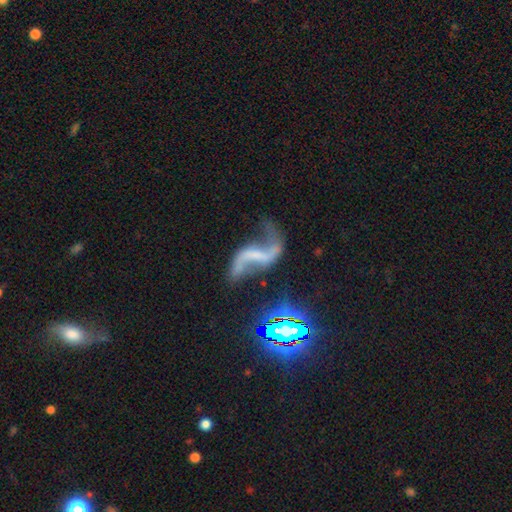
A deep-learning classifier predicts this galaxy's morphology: This is clearly a featured or disk galaxy (85%). It is clearly not viewed edge-on (96%). Bar: marginally strong (37%). Spiral arm pattern: clearly yes (94%). Spiral arm count: clearly 2 (92%). Spiral winding: clearly loose (92%). Central bulge: likely none (62%). Merging: possibly none (60%).